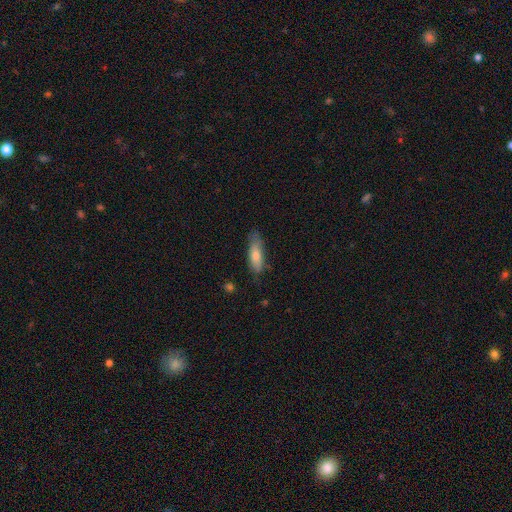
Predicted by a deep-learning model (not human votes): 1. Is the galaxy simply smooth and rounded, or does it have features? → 72% smooth, 22% featured or disk, 6% star or artifact.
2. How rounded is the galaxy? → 52% cigar-shaped, 46% in between, 2% round.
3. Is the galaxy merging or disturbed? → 71% none, 23% minor disturbance, 5% major disturbance, 2% merger.